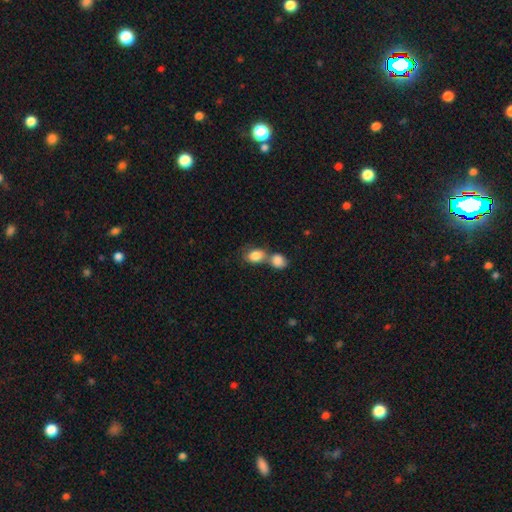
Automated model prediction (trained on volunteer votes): Overall: smooth (84%). How rounded: in between (69%; round 30%). Merging: merger (62%; none 26%).